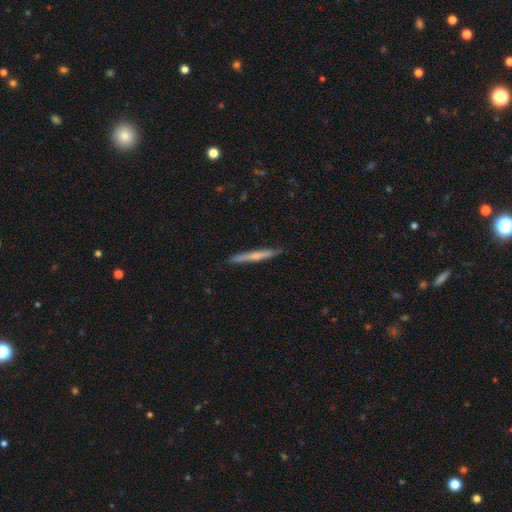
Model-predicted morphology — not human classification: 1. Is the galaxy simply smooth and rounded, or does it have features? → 51% smooth, 43% featured or disk, 6% star or artifact.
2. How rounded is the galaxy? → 96% cigar-shaped, 3% in between, 1% round.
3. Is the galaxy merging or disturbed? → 89% none, 8% minor disturbance, 1% major disturbance, 1% merger.